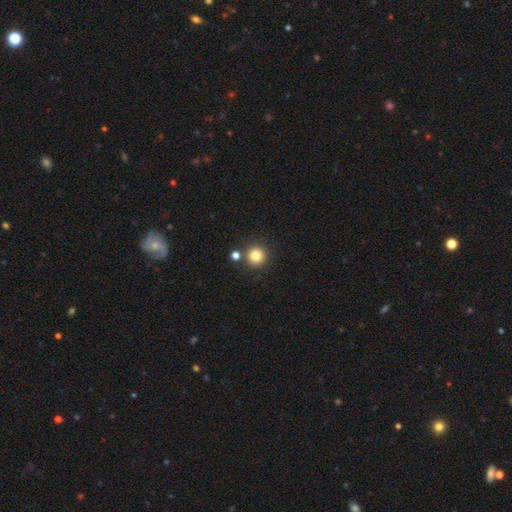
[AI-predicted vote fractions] Smooth or featured? Predicted: smooth (p=0.82). How rounded? Predicted: round (p=0.95). Merging? Predicted: none (p=0.81).